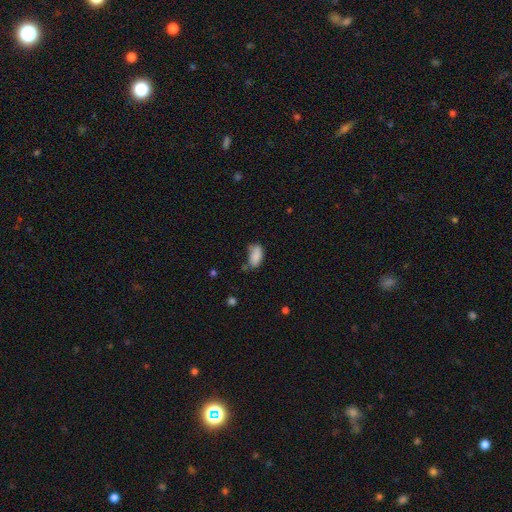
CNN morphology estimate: Smooth or featured?
  - smooth: 84% *
  - star or artifact: 9%
  - featured or disk: 7%
How rounded?
  - in between: 92% *
  - cigar-shaped: 5%
  - round: 4%
Merging?
  - none: 49% *
  - minor disturbance: 33%
  - major disturbance: 12%
  - merger: 7%